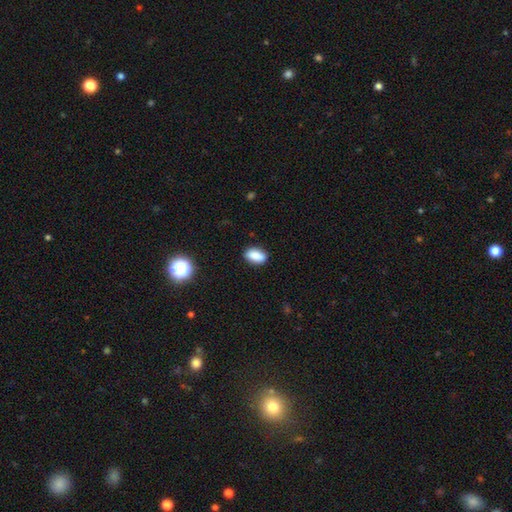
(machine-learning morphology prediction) smooth 85%, star or artifact 9%, featured or disk 6%. Down the decision tree: how rounded — in between (87%); merging — none (86%).